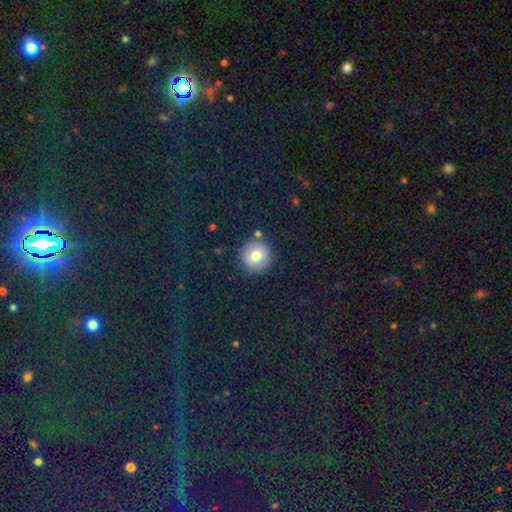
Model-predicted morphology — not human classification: Smooth or featured? smooth (71%)
How rounded? round (93%)
Merging? none (86%)